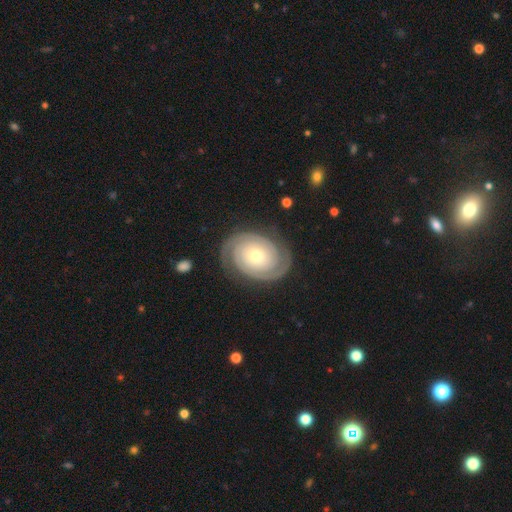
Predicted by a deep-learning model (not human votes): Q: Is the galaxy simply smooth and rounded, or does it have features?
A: featured or disk — 90%.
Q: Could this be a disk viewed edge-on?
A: no — 97%.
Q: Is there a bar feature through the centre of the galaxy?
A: no — 80%.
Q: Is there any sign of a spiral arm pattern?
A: yes — 98%.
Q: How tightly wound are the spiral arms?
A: tight — 84%.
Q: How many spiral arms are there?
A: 2 — 86%.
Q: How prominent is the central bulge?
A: moderate — 55%.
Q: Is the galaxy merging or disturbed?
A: none — 84%.